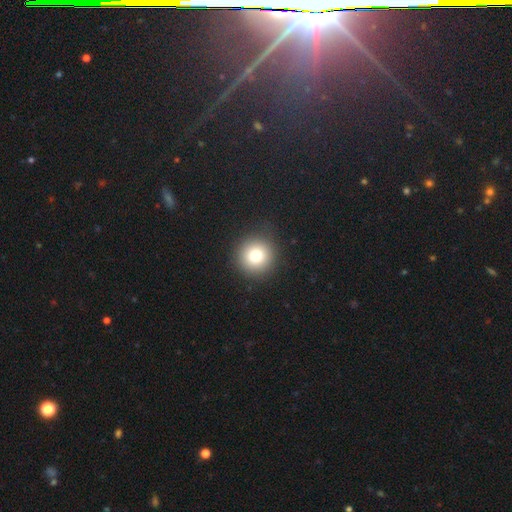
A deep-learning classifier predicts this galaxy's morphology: smooth 79%, star or artifact 12%, featured or disk 9%. Down the decision tree: how rounded — round (95%); merging — none (90%).